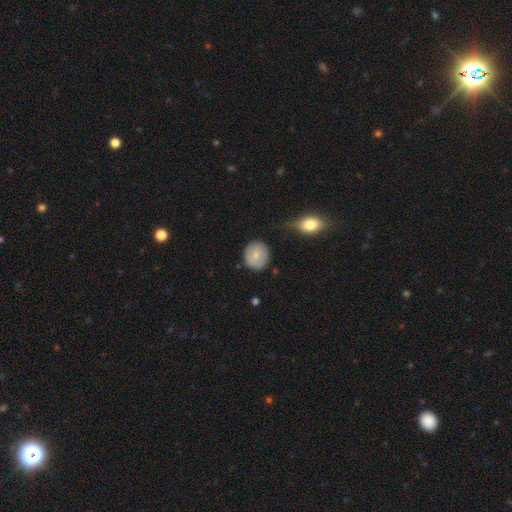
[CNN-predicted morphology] Q: Smooth or featured?
A: smooth (73%); runner-up: featured or disk (20%)
Q: How rounded?
A: round (82%); runner-up: in between (17%)
Q: Merging?
A: none (74%); runner-up: minor disturbance (19%)